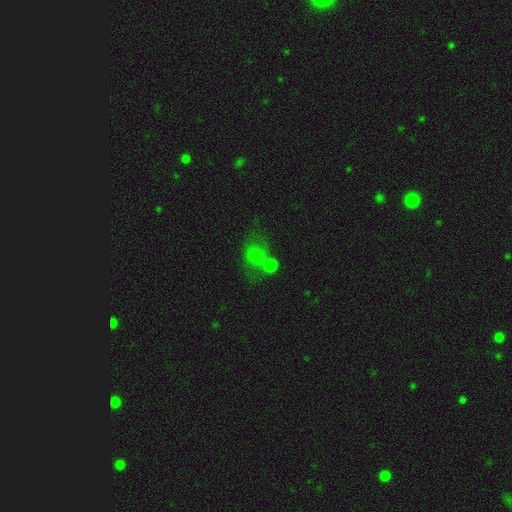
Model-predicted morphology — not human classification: A smooth galaxy with no disk features (70%) that is round (75%). Merging: merger (45%).